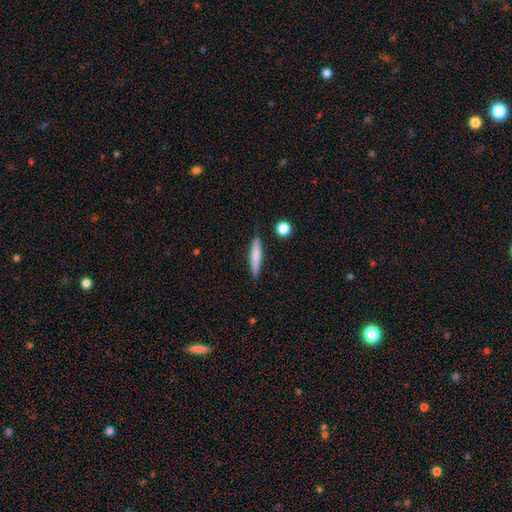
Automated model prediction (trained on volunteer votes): A smooth galaxy with no disk features (73%) that is cigar-shaped (90%).

Vote fractions:
- Smooth or featured? smooth: 73% / featured or disk: 21% / star or artifact: 6%
- How rounded? cigar-shaped: 90% / in between: 9% / round: 2%
- Merging? none: 86% / minor disturbance: 10% / merger: 2% / major disturbance: 2%